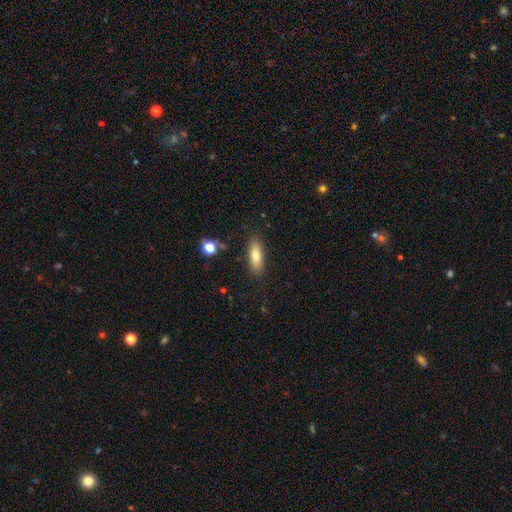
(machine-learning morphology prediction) Q: Smooth or featured?
A: smooth (77%); runner-up: featured or disk (16%)
Q: How rounded?
A: in between (63%); runner-up: cigar-shaped (34%)
Q: Merging?
A: none (84%); runner-up: minor disturbance (11%)